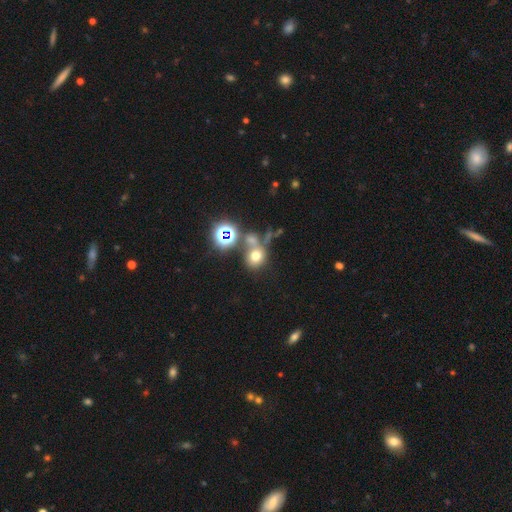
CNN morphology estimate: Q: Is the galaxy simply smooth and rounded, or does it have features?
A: smooth — 63%.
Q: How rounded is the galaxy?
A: round — 71%.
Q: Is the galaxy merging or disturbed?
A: none — 47%.